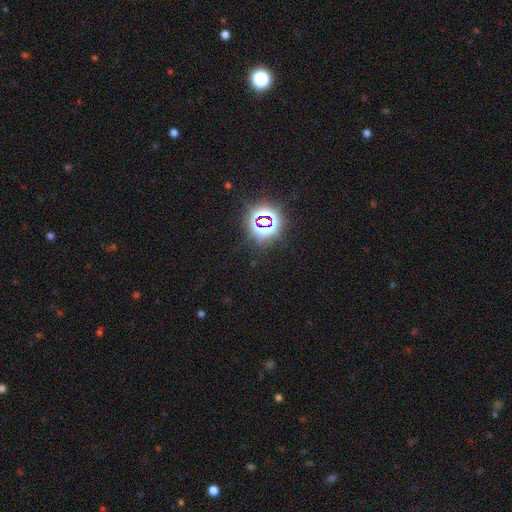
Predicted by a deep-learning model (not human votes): A star or artifact, not a galaxy (80%).